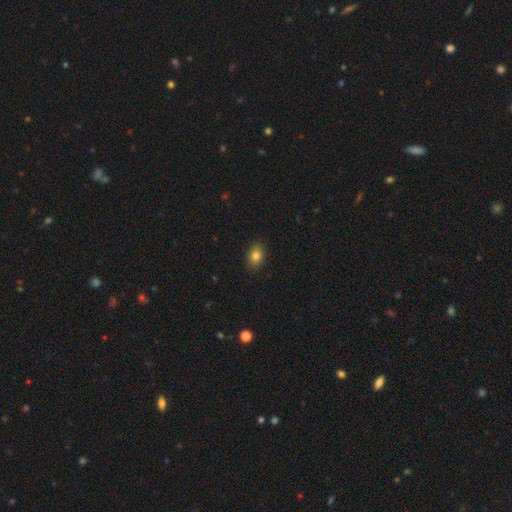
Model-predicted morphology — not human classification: The model was most divided on "how rounded": in between: 77%, round: 22%, cigar-shaped: 1%. More confident: merging — none (88%); smooth or featured — smooth (82%).